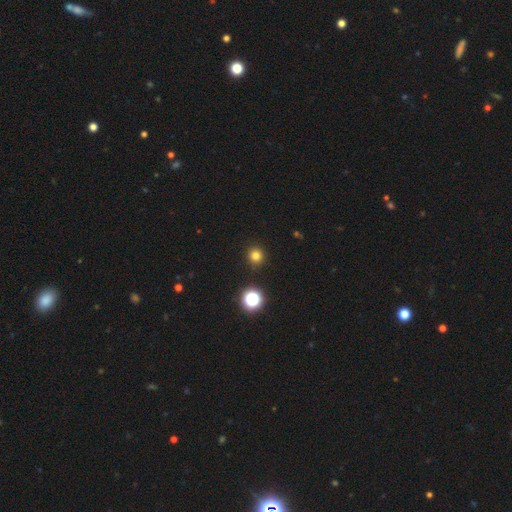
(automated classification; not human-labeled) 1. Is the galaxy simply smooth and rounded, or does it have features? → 78% smooth, 17% star or artifact, 5% featured or disk.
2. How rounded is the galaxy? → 95% round, 4% in between, 1% cigar-shaped.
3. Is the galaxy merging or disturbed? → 92% none, 5% minor disturbance, 2% major disturbance, 2% merger.